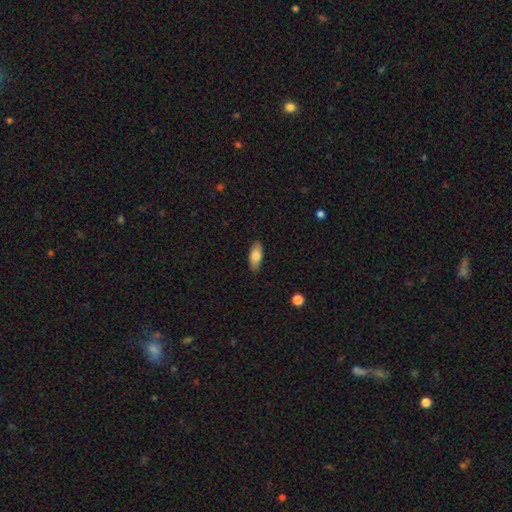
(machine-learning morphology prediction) Smooth or featured?
  - smooth: 78% *
  - featured or disk: 16%
  - star or artifact: 7%
How rounded?
  - in between: 85% *
  - cigar-shaped: 12%
  - round: 3%
Merging?
  - none: 85% *
  - minor disturbance: 12%
  - major disturbance: 2%
  - merger: 1%